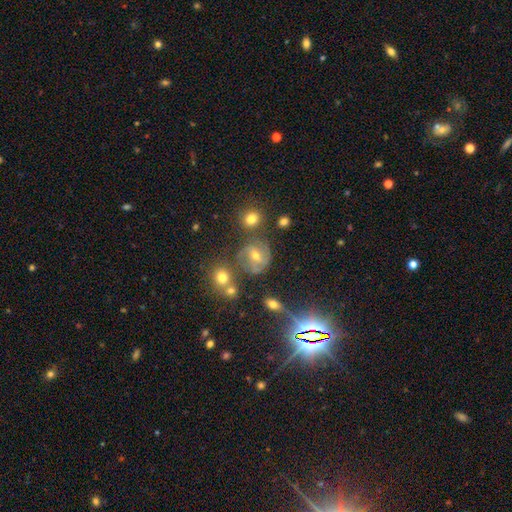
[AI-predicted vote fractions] smooth_or_featured: featured or disk (p=0.61) [alt: smooth p=0.25]
disk_edge_on: no (p=0.96) [alt: yes p=0.04]
bar: weak (p=0.44) [alt: no p=0.39]
has_spiral_arms: yes (p=0.88) [alt: no p=0.12]
spiral_winding: medium (p=0.48) [alt: tight p=0.30]
spiral_arm_count: 2 (p=0.38) [alt: 3 p=0.30]
bulge_size: moderate (p=0.56) [alt: small p=0.39]
merging: none (p=0.62) [alt: minor disturbance p=0.19]